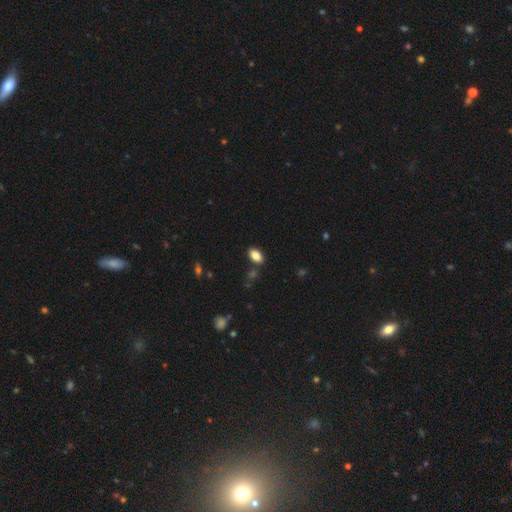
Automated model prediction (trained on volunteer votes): Q: Smooth or featured?
A: smooth (84%); runner-up: star or artifact (9%)
Q: How rounded?
A: in between (91%); runner-up: round (7%)
Q: Merging?
A: none (84%); runner-up: minor disturbance (10%)